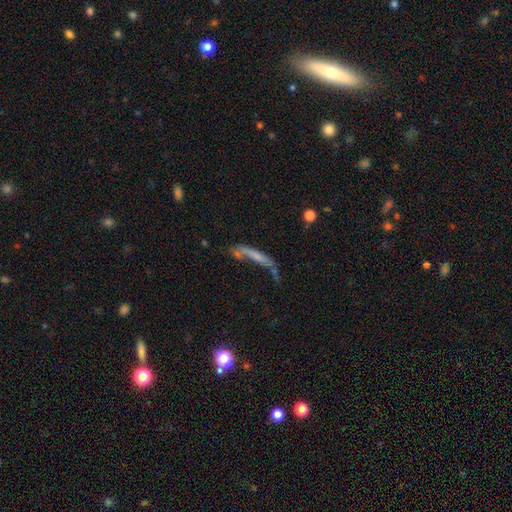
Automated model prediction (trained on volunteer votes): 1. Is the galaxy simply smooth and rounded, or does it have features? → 52% smooth, 37% featured or disk, 11% star or artifact.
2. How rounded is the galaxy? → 87% cigar-shaped, 11% in between, 2% round.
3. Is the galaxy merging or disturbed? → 35% none, 23% merger, 21% major disturbance, 21% minor disturbance.